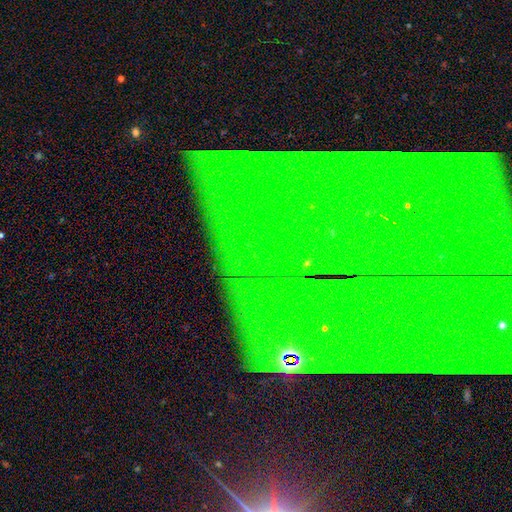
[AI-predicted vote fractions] This is clearly a star or artifact rather than a galaxy (83%).